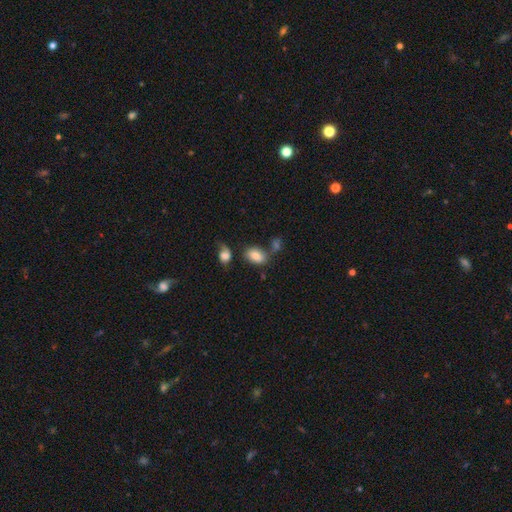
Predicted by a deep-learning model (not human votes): A smooth galaxy with no disk features (82%) that is in between round and cigar-shaped (88%). Merging: none (55%).